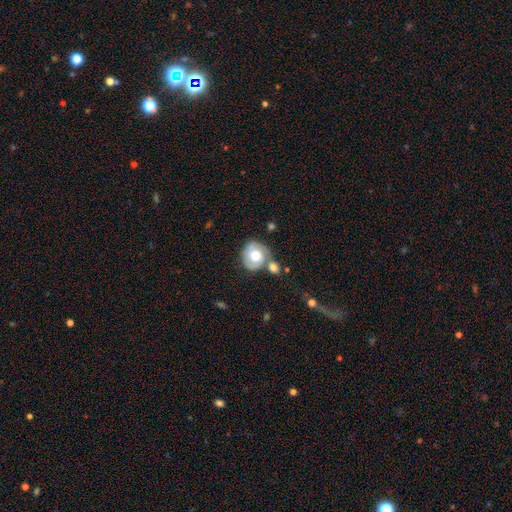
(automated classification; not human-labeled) Overall: smooth (48%; featured or disk 45%). Merging: none (53%; merger 21%).